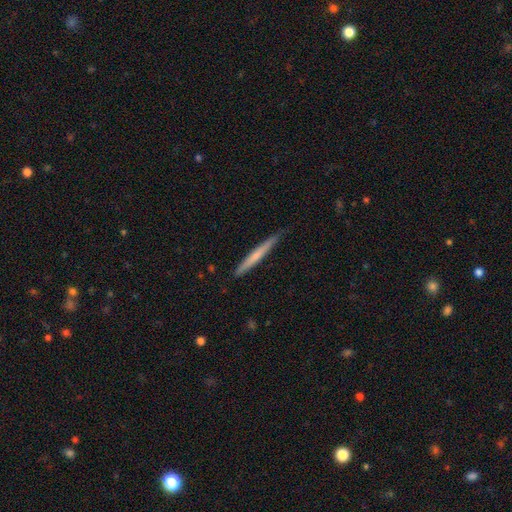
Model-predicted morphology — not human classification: Smooth or featured? Predicted: smooth (p=0.54). How rounded? Predicted: cigar-shaped (p=0.97). Merging? Predicted: none (p=0.85).